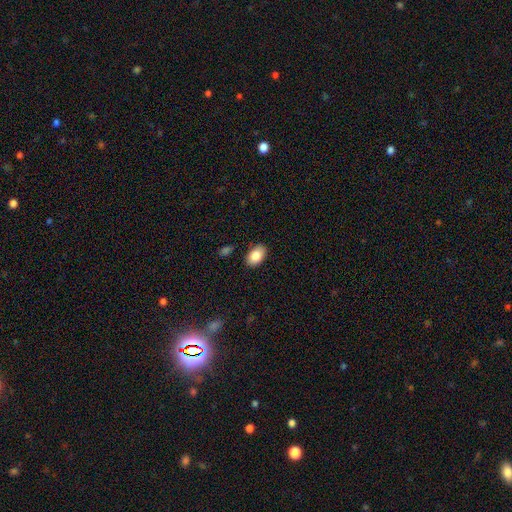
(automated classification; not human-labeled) Smooth or featured? smooth (85%)
How rounded? in between (90%)
Merging? none (87%)